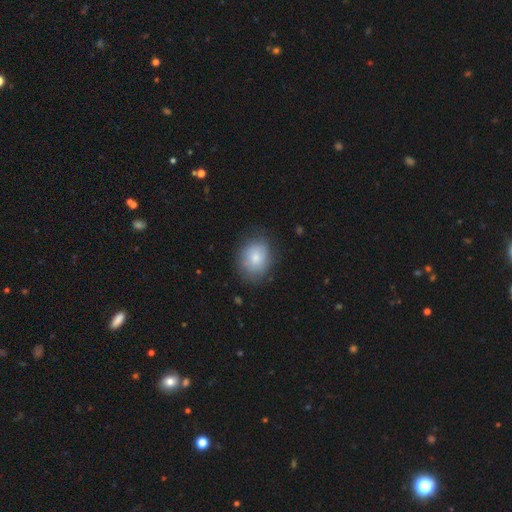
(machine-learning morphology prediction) Smooth or featured? Predicted: smooth (p=0.76). How rounded? Predicted: round (p=0.52). Merging? Predicted: none (p=0.73).